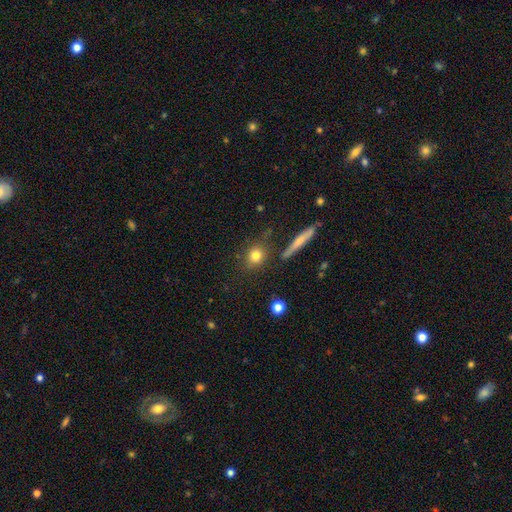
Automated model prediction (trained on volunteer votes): This appears to be a smooth galaxy with no disk features (79%) that is round (74%). Merging: none (80%).